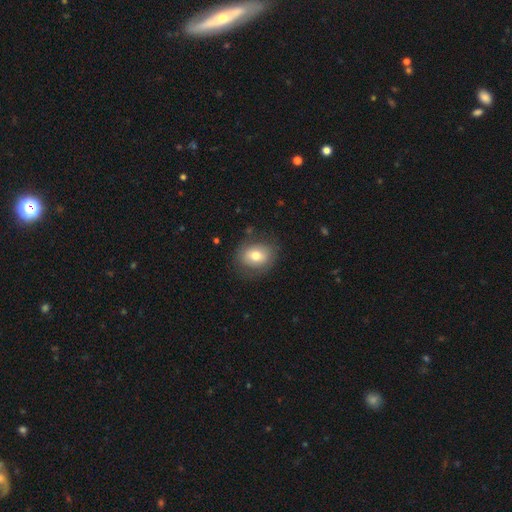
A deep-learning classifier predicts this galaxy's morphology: smooth-or-featured: smooth: 73% | featured or disk: 19% | star or artifact: 8%
  how-rounded: in between: 51% | round: 48% | cigar-shaped: 1%
  merging: none: 80% | minor disturbance: 14% | major disturbance: 5% | merger: 1%